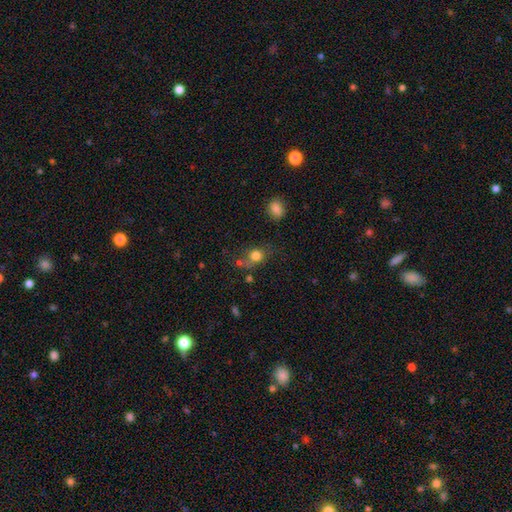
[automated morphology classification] Smooth or featured: smooth — 77% (star or artifact — 13%)
How rounded: round — 74% (in between — 24%)
Merging: none — 55% (minor disturbance — 19%)